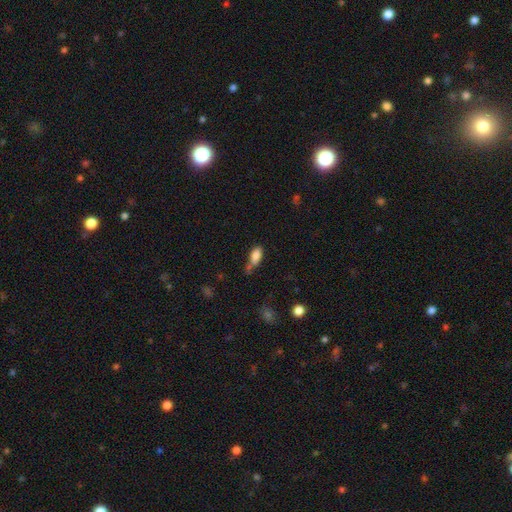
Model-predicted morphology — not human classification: type=smooth (82%); roundness=in between (86%); merging=none (47%).